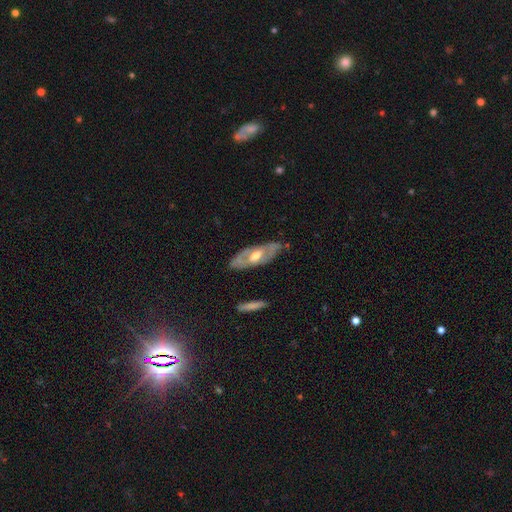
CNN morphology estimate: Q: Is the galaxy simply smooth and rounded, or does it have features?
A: featured or disk — 66%.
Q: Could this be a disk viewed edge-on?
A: no — 77%.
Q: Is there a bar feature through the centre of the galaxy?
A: no — 48%.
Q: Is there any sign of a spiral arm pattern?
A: no — 60%.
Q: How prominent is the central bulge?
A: moderate — 71%.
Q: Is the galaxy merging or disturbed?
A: none — 76%.